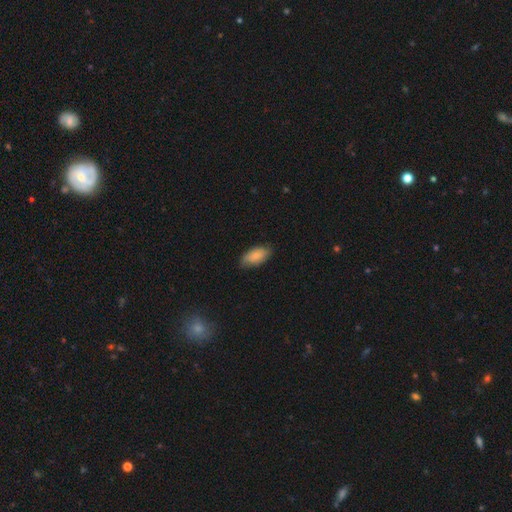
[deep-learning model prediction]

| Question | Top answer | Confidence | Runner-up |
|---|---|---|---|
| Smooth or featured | smooth | 83% | featured or disk (10%) |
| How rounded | in between | 91% | cigar-shaped (6%) |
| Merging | none | 76% | minor disturbance (20%) |